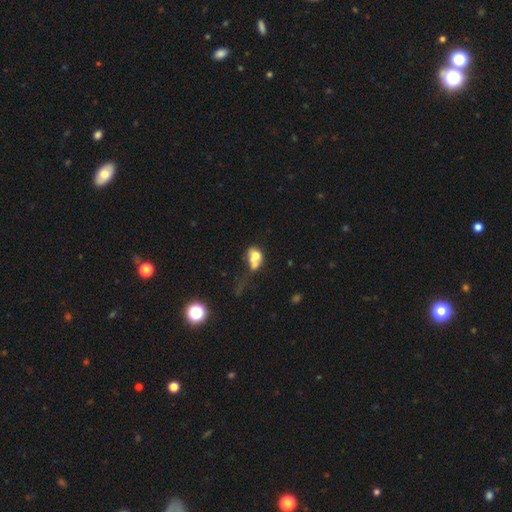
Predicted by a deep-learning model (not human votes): smooth-or-featured: smooth: 59% | featured or disk: 29% | star or artifact: 13%
  how-rounded: in between: 61% | round: 36% | cigar-shaped: 2%
  merging: merger: 57% | none: 18% | major disturbance: 14% | minor disturbance: 11%